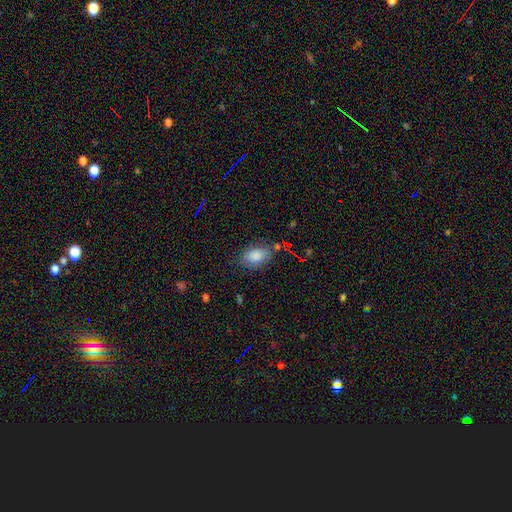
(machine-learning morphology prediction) A smooth galaxy with no disk features (84%) that is in between round and cigar-shaped (88%).

Vote fractions:
- Smooth or featured? smooth: 84% / star or artifact: 8% / featured or disk: 8%
- How rounded? in between: 88% / round: 10% / cigar-shaped: 2%
- Merging? none: 69% / minor disturbance: 21% / major disturbance: 6% / merger: 4%